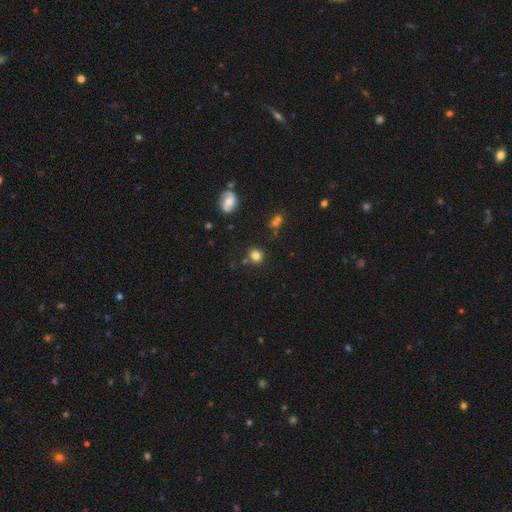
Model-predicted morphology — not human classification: This appears to be a smooth galaxy with no disk features (80%) that is round (84%). Merging: none (80%).